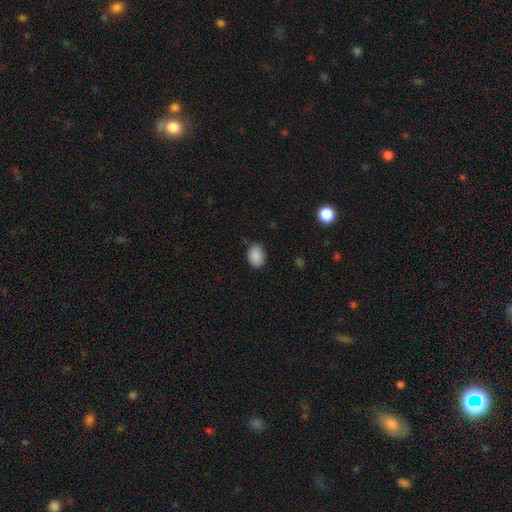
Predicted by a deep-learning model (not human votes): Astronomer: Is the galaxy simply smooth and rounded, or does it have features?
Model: smooth — 89%.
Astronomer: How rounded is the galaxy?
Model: in between — 70%.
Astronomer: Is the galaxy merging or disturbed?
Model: none — 76%.